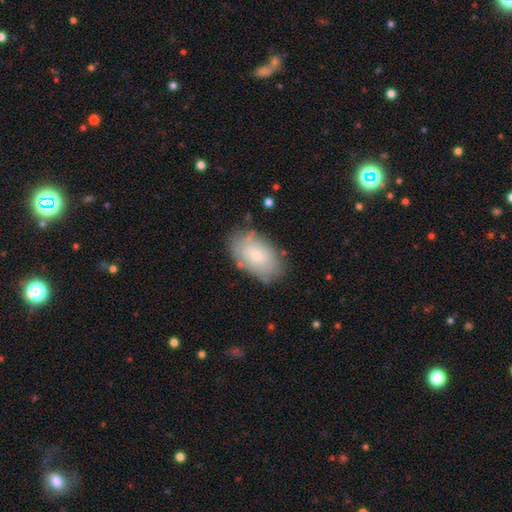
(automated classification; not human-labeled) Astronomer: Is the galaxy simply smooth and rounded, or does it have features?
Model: smooth — 61%.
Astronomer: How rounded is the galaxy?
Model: in between — 93%.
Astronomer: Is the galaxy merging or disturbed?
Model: none — 76%.